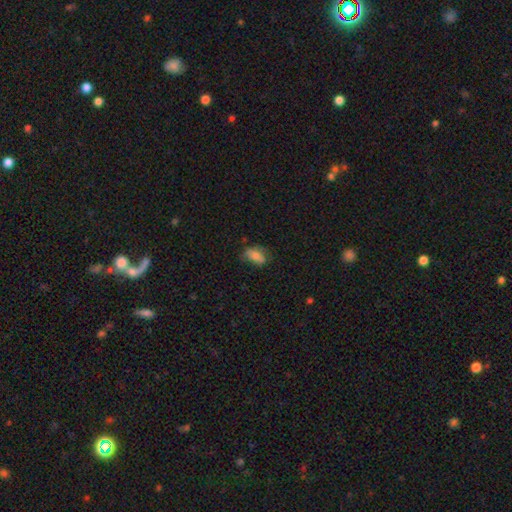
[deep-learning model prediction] Morphology: type=smooth (73%); roundness=in between (87%); merging=none (60%).